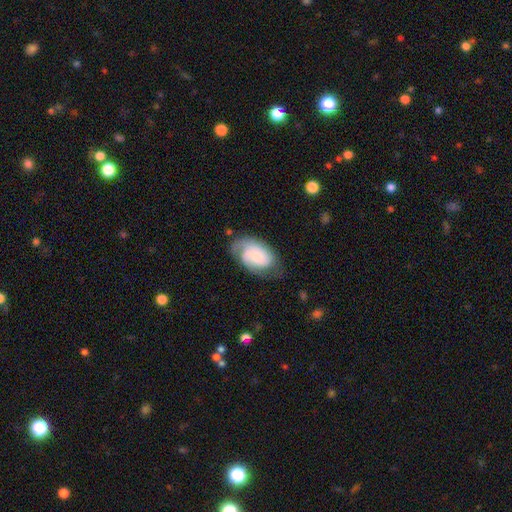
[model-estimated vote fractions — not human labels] This appears to be a featured or disk galaxy (59%) with no bar (70%), 2 (43%) tight (46%) spiral arms (89%) and a small central bulge (56%). Merging: none (59%).